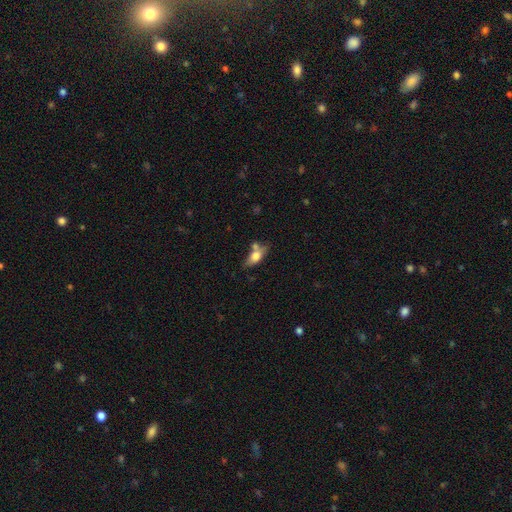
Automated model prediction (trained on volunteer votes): Smooth or featured: smooth — 66% (featured or disk — 26%)
How rounded: in between — 77% (cigar-shaped — 17%)
Merging: none — 53% (merger — 22%)